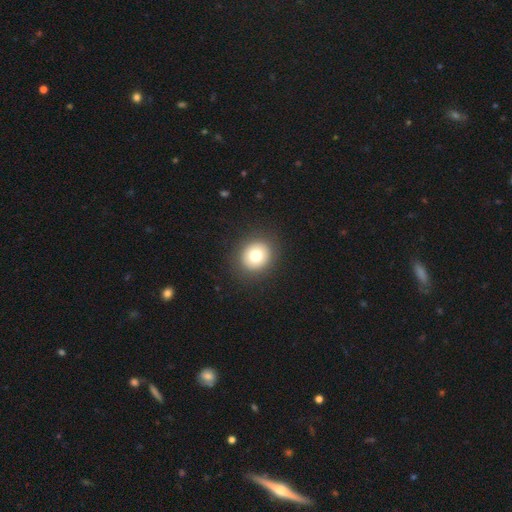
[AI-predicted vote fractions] Overall: smooth (75%). How rounded: round (80%). Merging: none (90%).